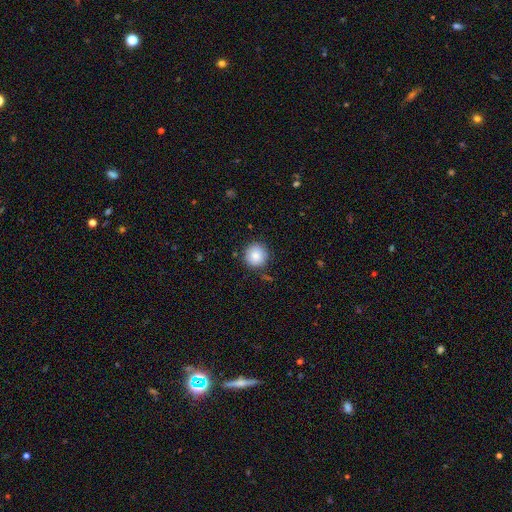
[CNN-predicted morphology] Q: Smooth or featured?
A: smooth (86%); runner-up: star or artifact (8%)
Q: How rounded?
A: round (95%); runner-up: in between (4%)
Q: Merging?
A: none (86%); runner-up: minor disturbance (10%)